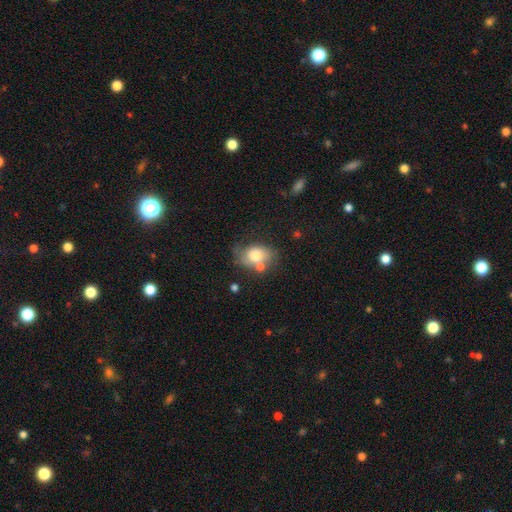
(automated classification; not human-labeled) Smooth or featured? Predicted: smooth (p=0.70). How rounded? Predicted: in between (p=0.73). Merging? Predicted: none (p=0.48).